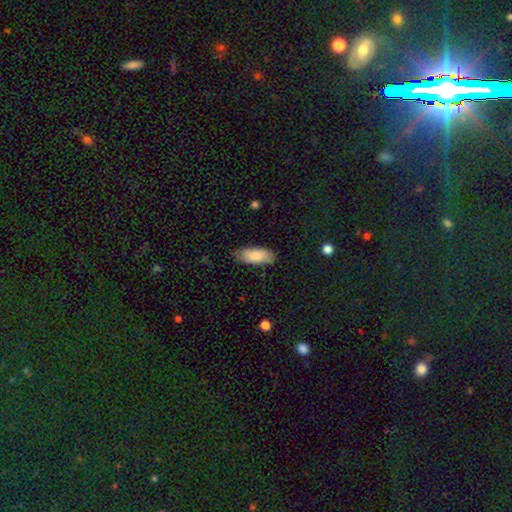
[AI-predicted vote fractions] Morphology: type=smooth (80%); roundness=in between (82%); merging=none (76%).